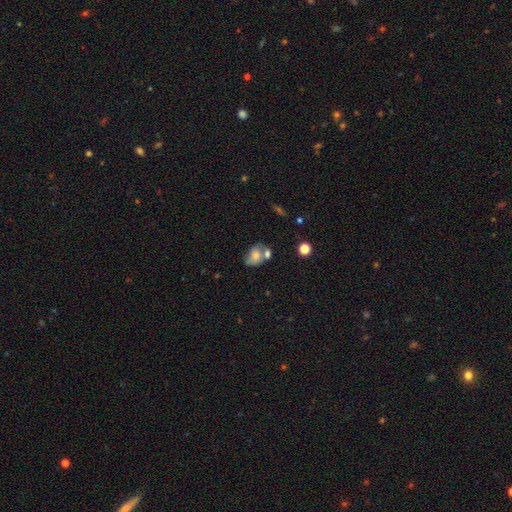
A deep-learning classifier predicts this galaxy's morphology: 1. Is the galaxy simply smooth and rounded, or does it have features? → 64% smooth, 27% featured or disk, 10% star or artifact.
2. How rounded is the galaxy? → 71% in between, 28% round, 1% cigar-shaped.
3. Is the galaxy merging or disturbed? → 38% merger, 37% none, 18% minor disturbance, 8% major disturbance.